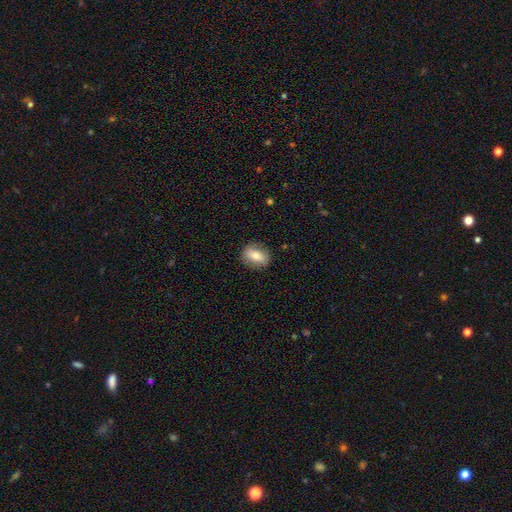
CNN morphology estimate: type=smooth (66%); roundness=in between (65%); merging=none (84%).